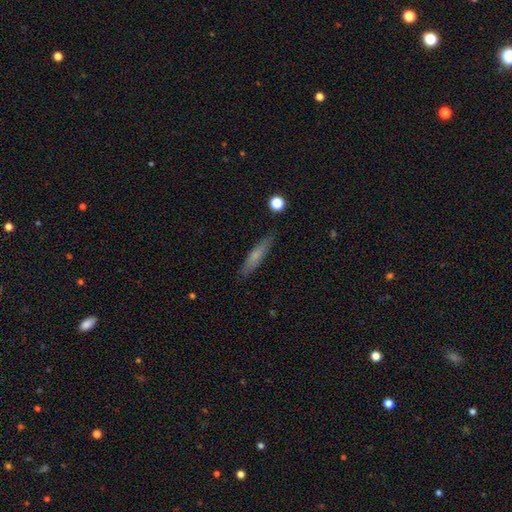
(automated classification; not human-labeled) smooth 59%, featured or disk 33%, star or artifact 8%. Down the decision tree: how rounded — cigar-shaped (84%); merging — none (86%).